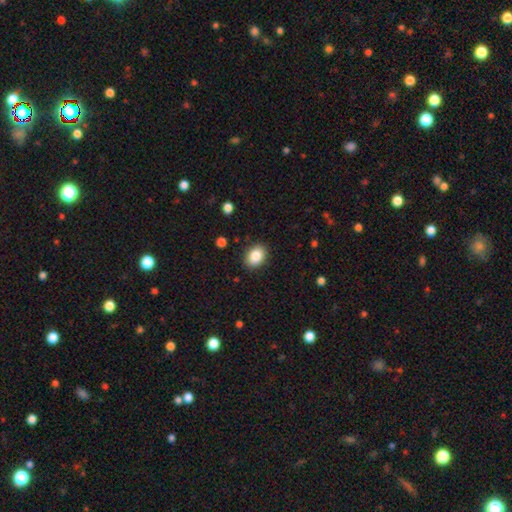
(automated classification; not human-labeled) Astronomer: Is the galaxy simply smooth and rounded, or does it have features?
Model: smooth — 85%.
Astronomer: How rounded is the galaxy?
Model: in between — 73%.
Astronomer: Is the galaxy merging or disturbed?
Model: none — 88%.